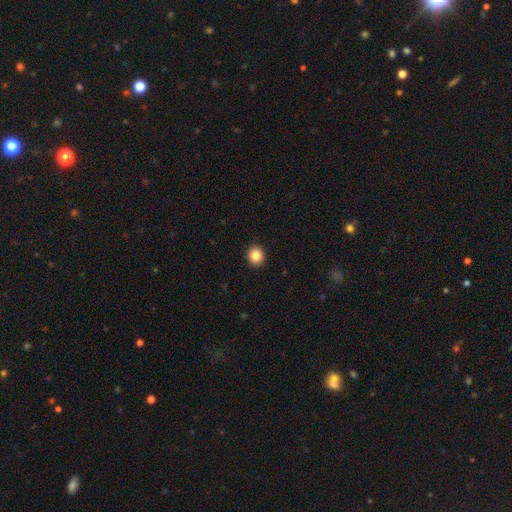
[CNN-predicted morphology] A smooth galaxy with no disk features (85%) that is round (83%). Merging: none (93%).